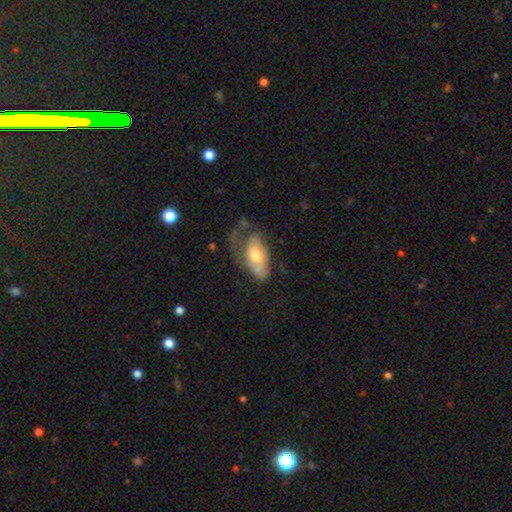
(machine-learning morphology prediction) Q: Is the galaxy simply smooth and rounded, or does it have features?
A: smooth — 54%.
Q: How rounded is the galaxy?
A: in between — 88%.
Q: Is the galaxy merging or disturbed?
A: major disturbance — 40%.